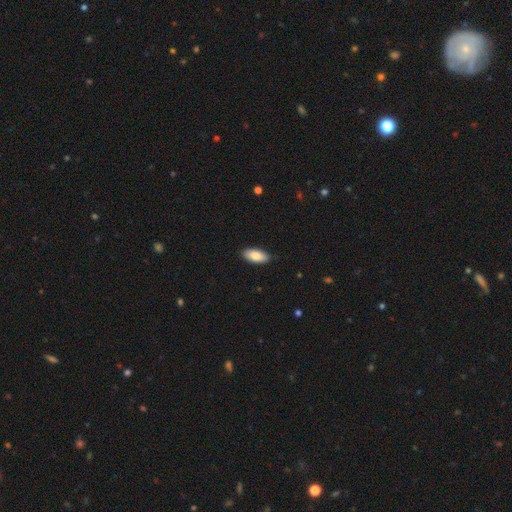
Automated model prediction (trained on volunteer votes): smooth-or-featured: smooth: 85% | featured or disk: 9% | star or artifact: 6%
  how-rounded: in between: 90% | cigar-shaped: 9% | round: 2%
  merging: none: 88% | minor disturbance: 10% | major disturbance: 2% | merger: 1%